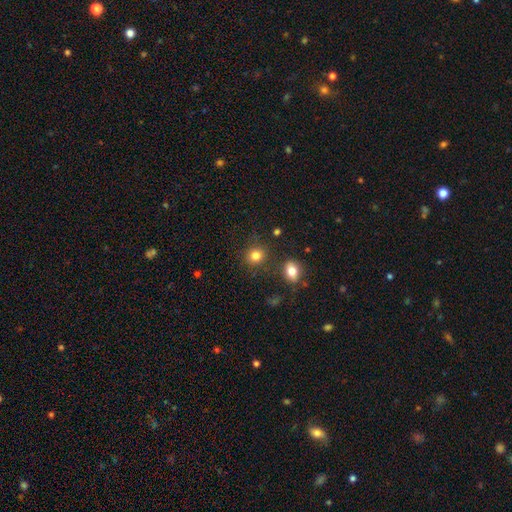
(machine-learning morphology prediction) Overall: smooth (82%). How rounded: round (82%). Merging: none (82%).